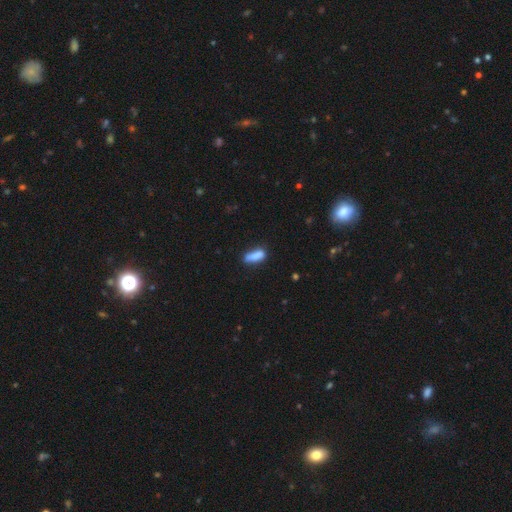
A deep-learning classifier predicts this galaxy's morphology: Q: Smooth or featured?
A: smooth (82%); runner-up: featured or disk (9%)
Q: How rounded?
A: in between (64%); runner-up: cigar-shaped (34%)
Q: Merging?
A: none (57%); runner-up: minor disturbance (26%)